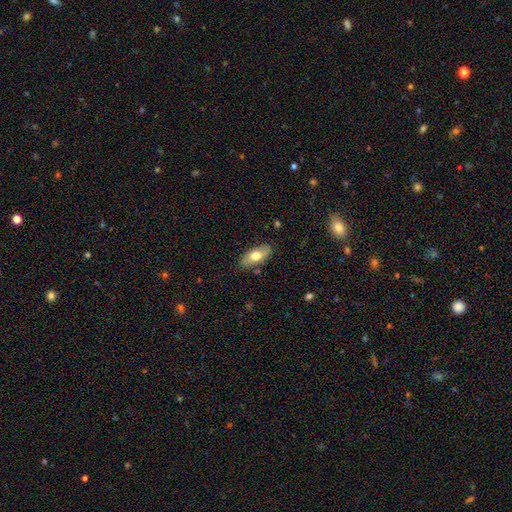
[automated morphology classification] This is likely a smooth galaxy (69%). How rounded: clearly in between (89%). Merging: clearly none (82%).